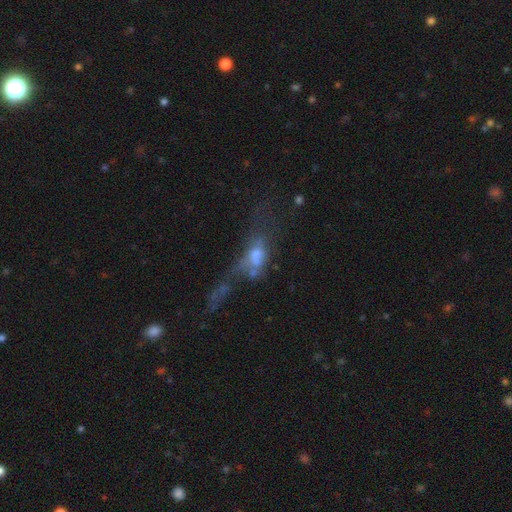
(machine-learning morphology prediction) type=featured or disk (44%); merging=major disturbance (39%).